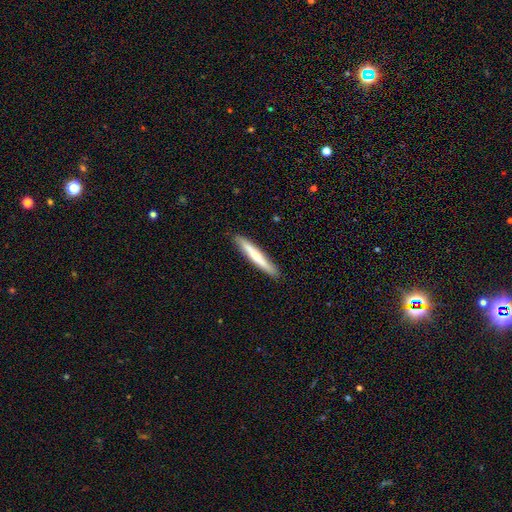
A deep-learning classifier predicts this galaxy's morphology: Overall: smooth (55%; featured or disk 40%). How rounded: cigar-shaped (94%). Merging: none (90%).